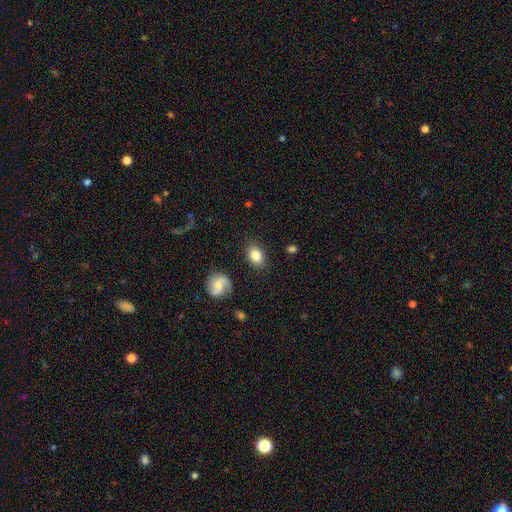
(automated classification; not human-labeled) A smooth galaxy with no disk features (81%) that is in between round and cigar-shaped (75%). Merging: none (84%).